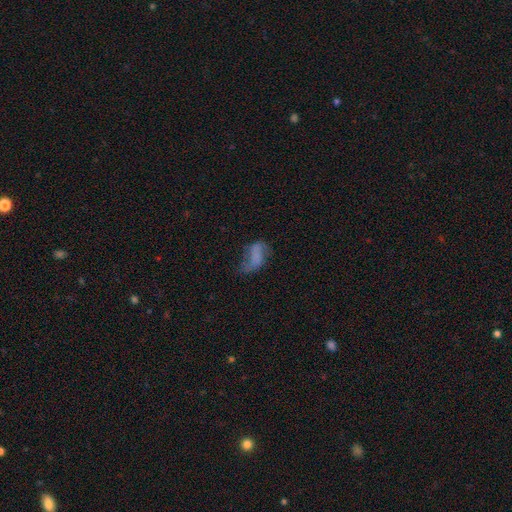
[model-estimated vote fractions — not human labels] Q: Smooth or featured?
A: smooth (45%); runner-up: featured or disk (42%)
Q: Merging?
A: none (40%); runner-up: major disturbance (31%)